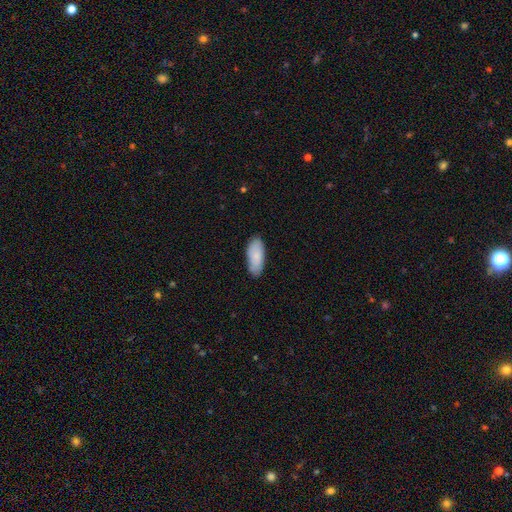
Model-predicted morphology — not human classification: This is clearly a smooth galaxy (86%). How rounded: clearly in between (84%). Merging: clearly none (84%).